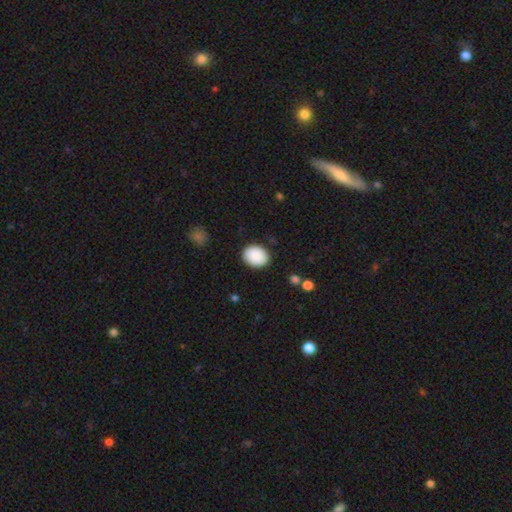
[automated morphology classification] Smooth or featured: smooth — 90% (star or artifact — 7%)
How rounded: in between — 57% (round — 42%)
Merging: none — 88% (minor disturbance — 8%)